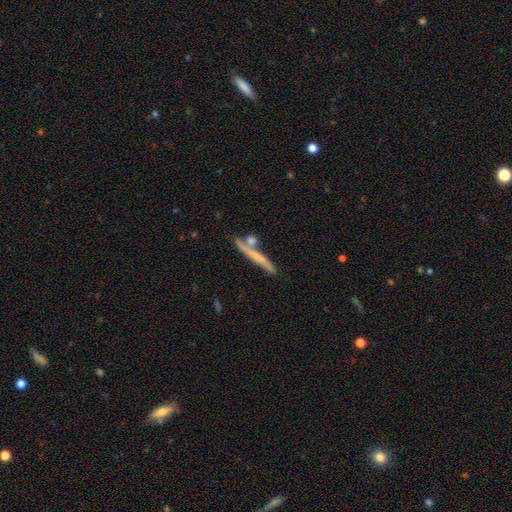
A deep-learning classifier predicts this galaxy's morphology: smooth_or_featured: featured or disk (p=0.49) [alt: smooth p=0.44]
merging: none (p=0.66) [alt: merger p=0.16]